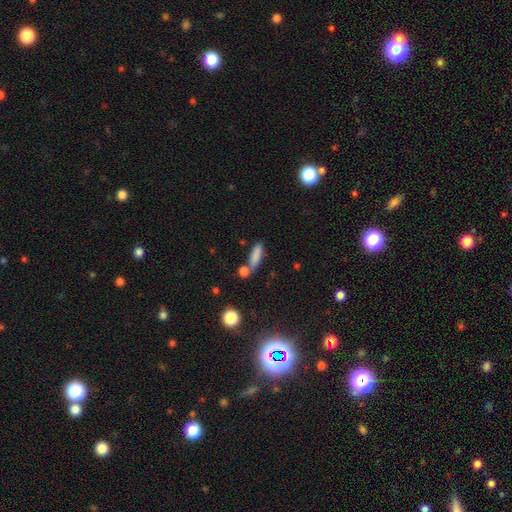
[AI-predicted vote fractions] Overall: smooth (81%). How rounded: cigar-shaped (56%; in between 40%). Merging: none (62%).